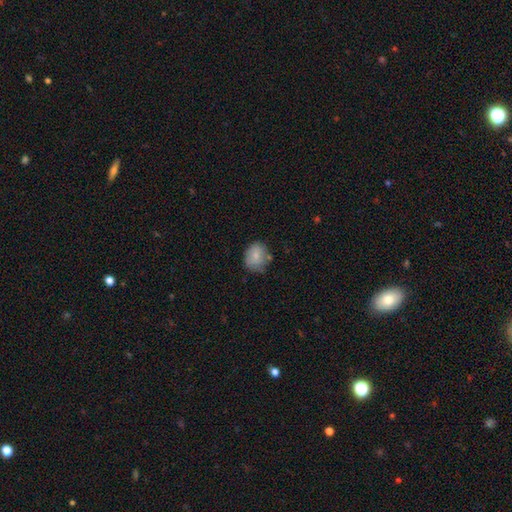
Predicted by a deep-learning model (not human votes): smooth 79%, featured or disk 13%, star or artifact 8%. Down the decision tree: how rounded — round (57%); merging — none (65%).